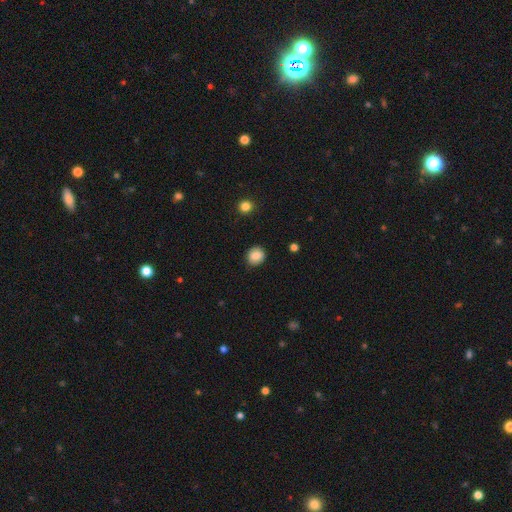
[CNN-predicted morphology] type=smooth (86%); roundness=round (82%); merging=none (88%).